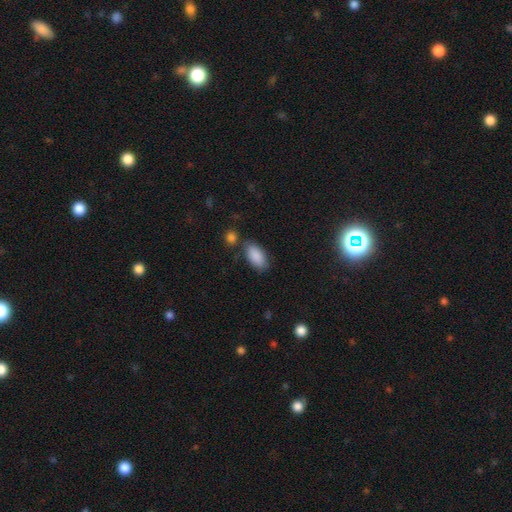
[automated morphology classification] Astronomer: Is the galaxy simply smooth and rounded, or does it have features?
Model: smooth — 89%.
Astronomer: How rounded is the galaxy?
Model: in between — 93%.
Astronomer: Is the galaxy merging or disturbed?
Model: none — 69%.